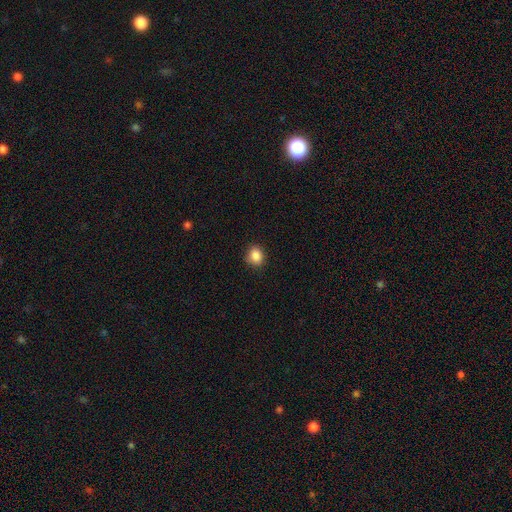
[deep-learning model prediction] Q: Smooth or featured?
A: smooth (87%); runner-up: star or artifact (10%)
Q: How rounded?
A: round (64%); runner-up: in between (35%)
Q: Merging?
A: none (85%); runner-up: minor disturbance (11%)